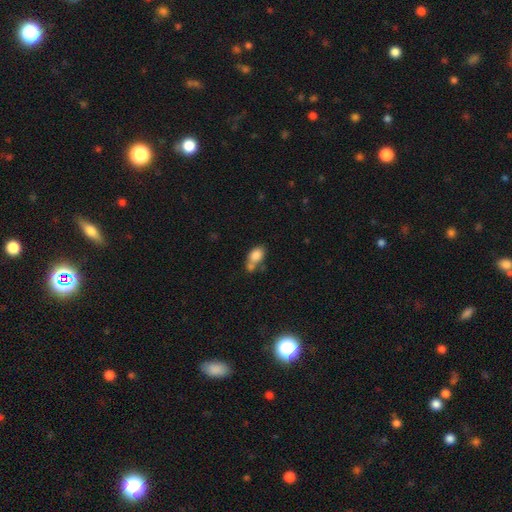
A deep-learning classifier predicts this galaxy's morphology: type=smooth (82%); roundness=in between (80%); merging=merger (43%).